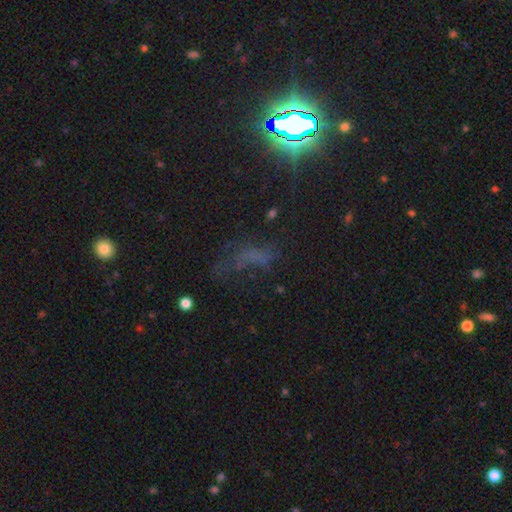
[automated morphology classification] star or artifact 44%, smooth 31%, featured or disk 25%.